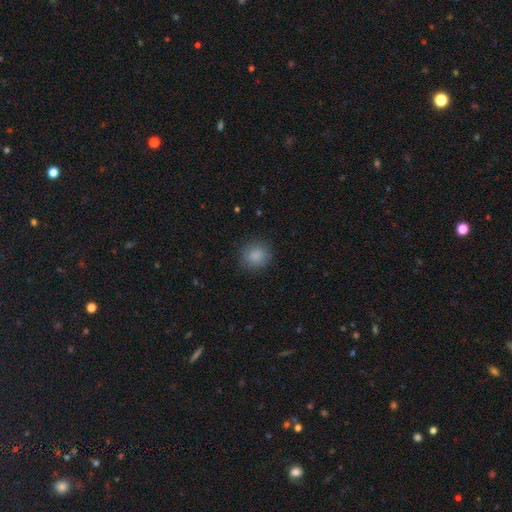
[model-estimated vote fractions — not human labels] smooth-or-featured: smooth: 86% | star or artifact: 9% | featured or disk: 4%
  how-rounded: round: 85% | in between: 14% | cigar-shaped: 1%
  merging: none: 85% | minor disturbance: 10% | major disturbance: 3% | merger: 1%